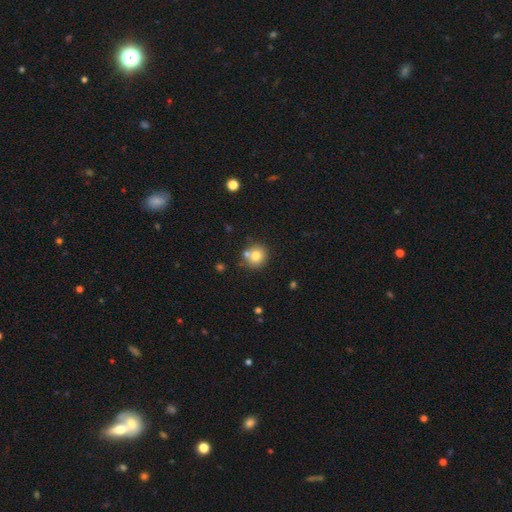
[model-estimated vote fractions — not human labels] smooth-or-featured: smooth: 79% | featured or disk: 11% | star or artifact: 10%
  how-rounded: round: 86% | in between: 13% | cigar-shaped: 1%
  merging: none: 67% | merger: 19% | minor disturbance: 11% | major disturbance: 3%